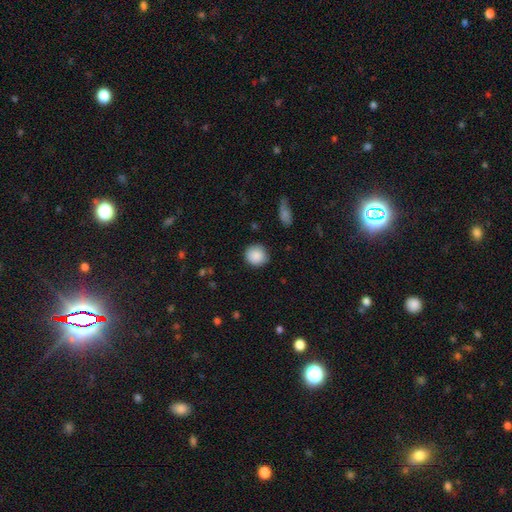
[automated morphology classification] A smooth galaxy with no disk features (88%) that is round (90%).

Vote fractions:
- Smooth or featured? smooth: 88% / star or artifact: 7% / featured or disk: 4%
- How rounded? round: 90% / in between: 9% / cigar-shaped: 1%
- Merging? none: 85% / minor disturbance: 11% / major disturbance: 3% / merger: 1%